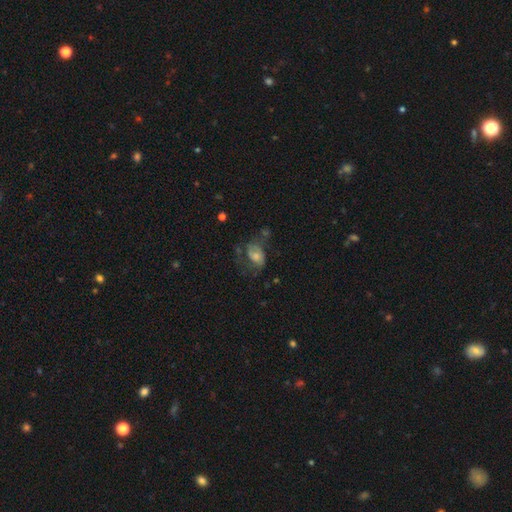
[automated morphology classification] This appears to be a featured or disk galaxy (52%). Merging: none (44%).